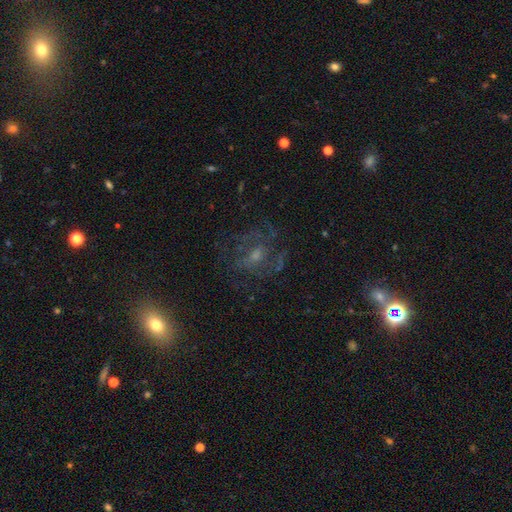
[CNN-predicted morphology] Q: Smooth or featured?
A: featured or disk (61%); runner-up: smooth (21%)
Q: Edge-on disk?
A: no (96%); runner-up: yes (4%)
Q: Bar?
A: no (59%); runner-up: weak (33%)
Q: Spiral arms?
A: yes (62%); runner-up: no (38%)
Q: Bulge size?
A: moderate (43%); runner-up: small (40%)
Q: Merging?
A: none (58%); runner-up: major disturbance (22%)